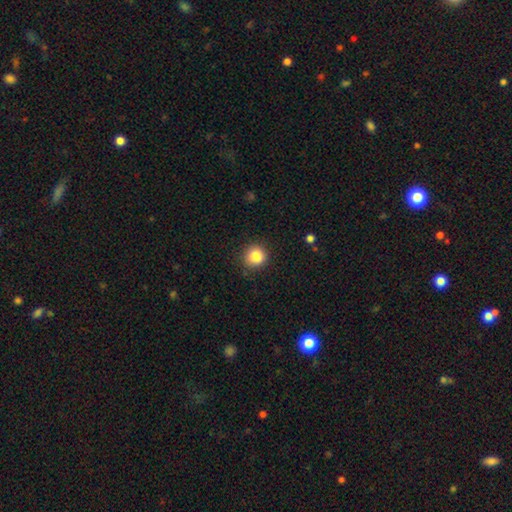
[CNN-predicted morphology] type=smooth (85%); roundness=round (88%); merging=none (85%).